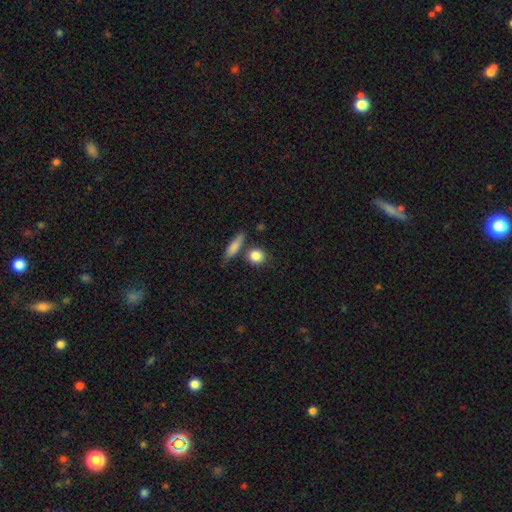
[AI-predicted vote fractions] This appears to be a smooth galaxy with no disk features (84%) that is round (77%). Merging: none (71%).